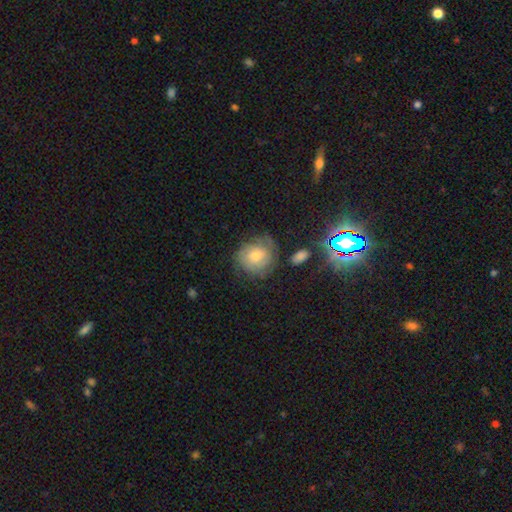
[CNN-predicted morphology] Smooth or featured?
  - smooth: 46% *
  - featured or disk: 39%
  - star or artifact: 16%
Merging?
  - none: 63% *
  - minor disturbance: 22%
  - major disturbance: 11%
  - merger: 3%